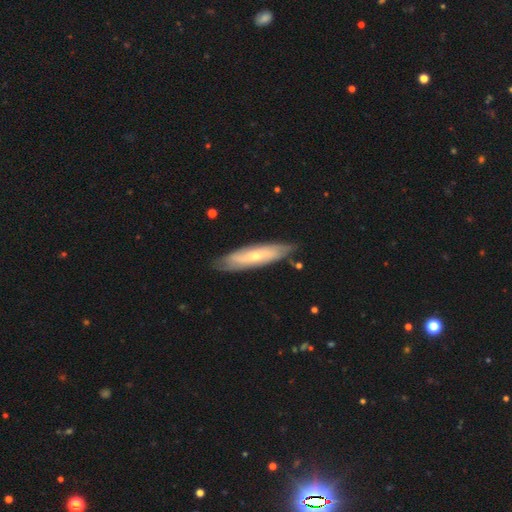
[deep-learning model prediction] The model was most divided on "edge-on disk": no: 55%, yes: 45%. More confident: merging — none (81%); smooth or featured — featured or disk (59%).